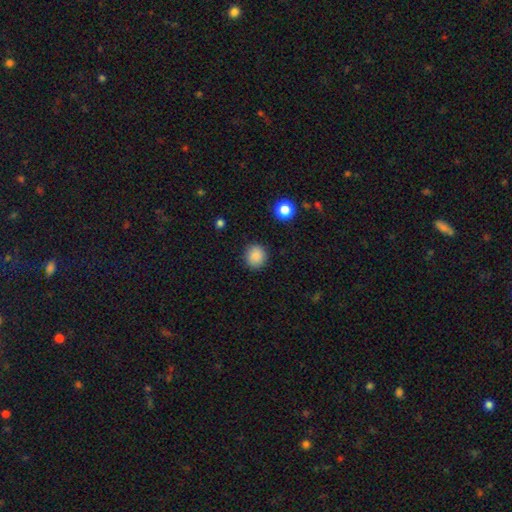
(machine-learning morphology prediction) Overall: smooth (87%). How rounded: round (88%). Merging: none (88%).